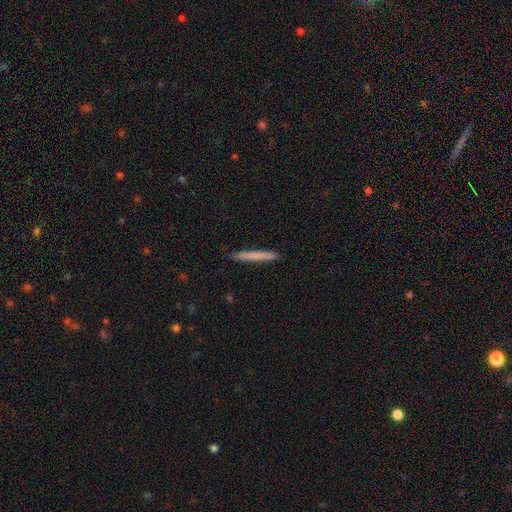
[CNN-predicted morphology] Smooth or featured? Predicted: smooth (p=0.74). How rounded? Predicted: cigar-shaped (p=0.97). Merging? Predicted: none (p=0.91).